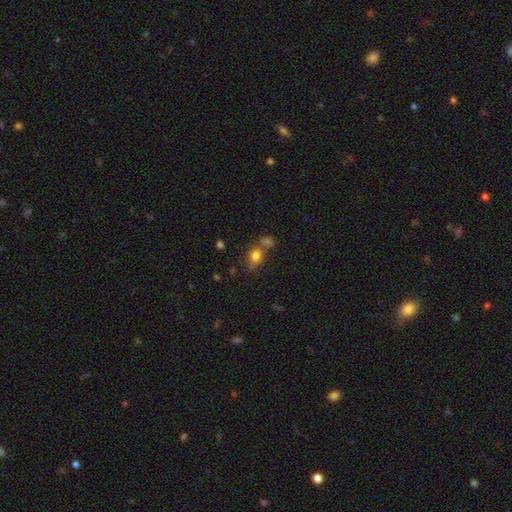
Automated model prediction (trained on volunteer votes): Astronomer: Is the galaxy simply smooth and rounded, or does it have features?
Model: smooth — 78%.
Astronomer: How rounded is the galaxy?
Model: round — 57% (runner-up: in between, 41%).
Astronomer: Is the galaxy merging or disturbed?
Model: none — 50% (runner-up: merger, 31%).